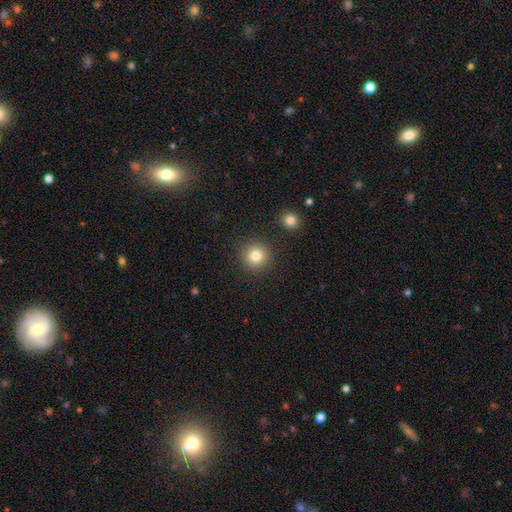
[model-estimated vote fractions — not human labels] smooth-or-featured: smooth: 82% | star or artifact: 11% | featured or disk: 7%
  how-rounded: round: 94% | in between: 5% | cigar-shaped: 1%
  merging: none: 88% | minor disturbance: 6% | merger: 3% | major disturbance: 3%